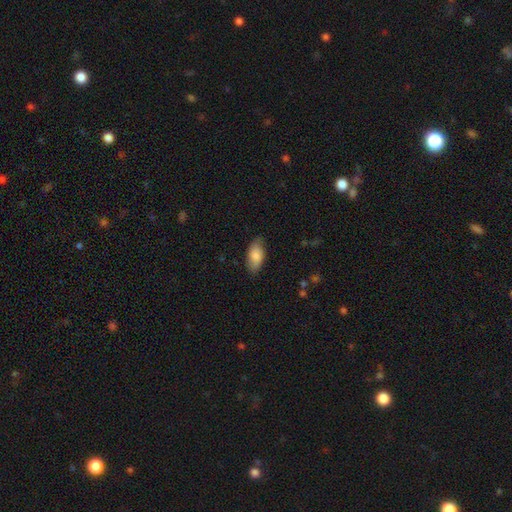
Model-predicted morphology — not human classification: This is clearly a smooth galaxy (81%). How rounded: clearly in between (91%). Merging: likely none (80%).